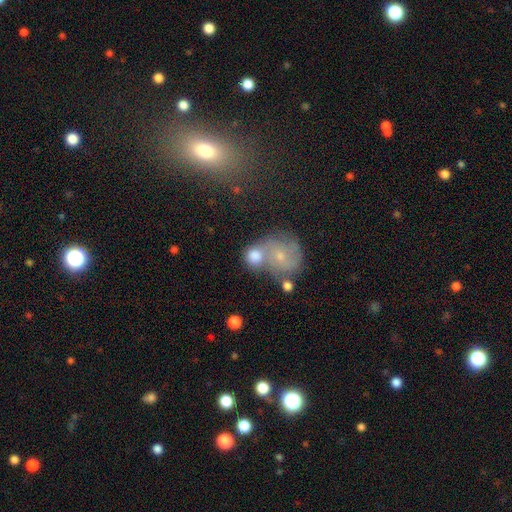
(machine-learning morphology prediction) Smooth or featured? Predicted: smooth (p=0.62). How rounded? Predicted: round (p=0.73). Merging? Predicted: merger (p=0.45).